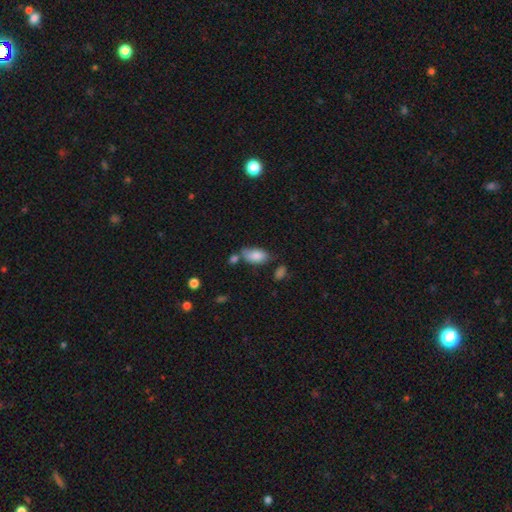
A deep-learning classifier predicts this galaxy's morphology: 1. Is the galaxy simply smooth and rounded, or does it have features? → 83% smooth, 10% featured or disk, 7% star or artifact.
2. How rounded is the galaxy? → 93% in between, 4% cigar-shaped, 3% round.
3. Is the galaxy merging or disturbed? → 51% none, 25% minor disturbance, 16% merger, 8% major disturbance.